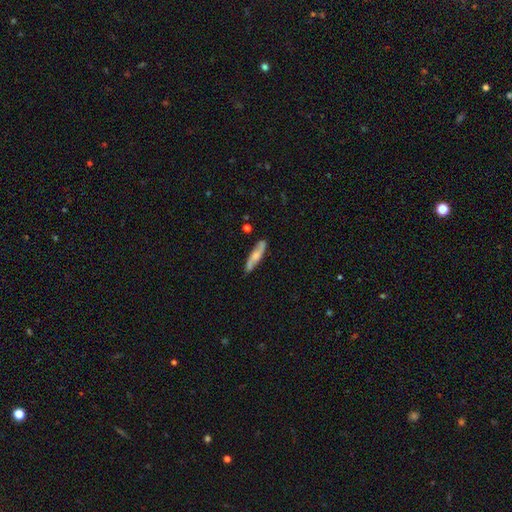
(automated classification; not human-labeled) smooth_or_featured: smooth (p=0.52) [alt: featured or disk p=0.43]
how_rounded: cigar-shaped (p=0.77) [alt: in between p=0.21]
merging: none (p=0.80) [alt: minor disturbance p=0.15]